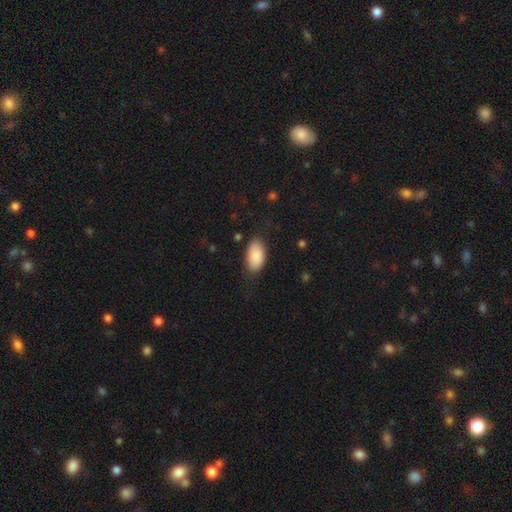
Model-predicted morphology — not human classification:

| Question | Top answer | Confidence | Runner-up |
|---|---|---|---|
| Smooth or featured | smooth | 85% | featured or disk (9%) |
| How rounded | in between | 95% | round (3%) |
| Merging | none | 80% | minor disturbance (15%) |